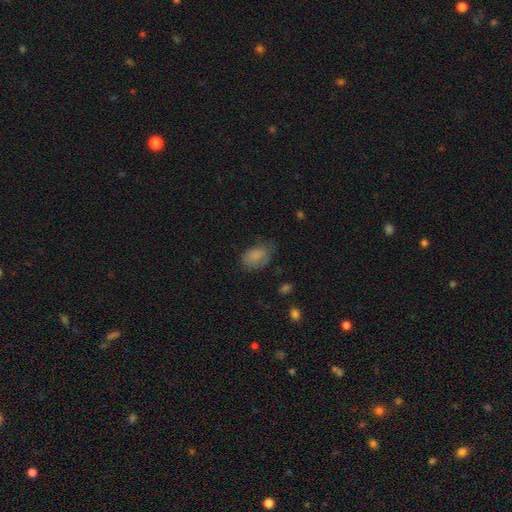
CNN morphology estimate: type=smooth (80%); roundness=in between (84%); merging=none (56%).